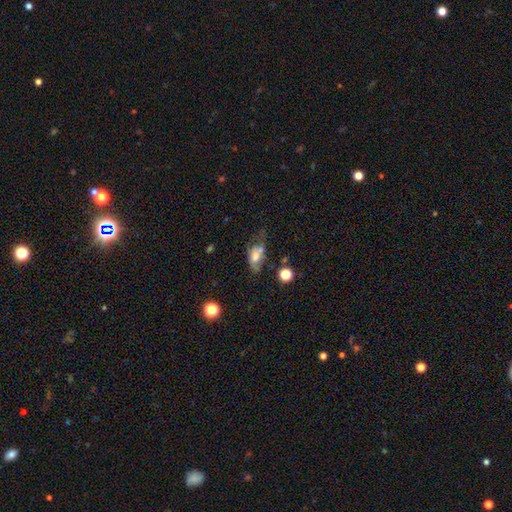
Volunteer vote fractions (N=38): This appears to be a smooth galaxy with no disk features (55%) that is in between round and cigar-shaped (86%). Merging: major disturbance (29%).